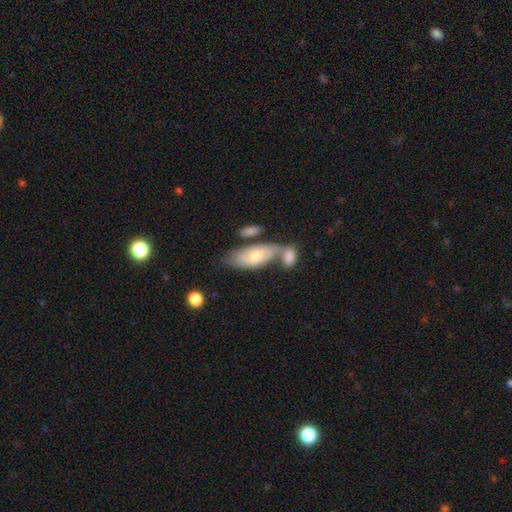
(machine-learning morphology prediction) Q: Smooth or featured?
A: smooth (58%); runner-up: featured or disk (36%)
Q: How rounded?
A: in between (83%); runner-up: cigar-shaped (15%)
Q: Merging?
A: merger (40%); runner-up: none (37%)